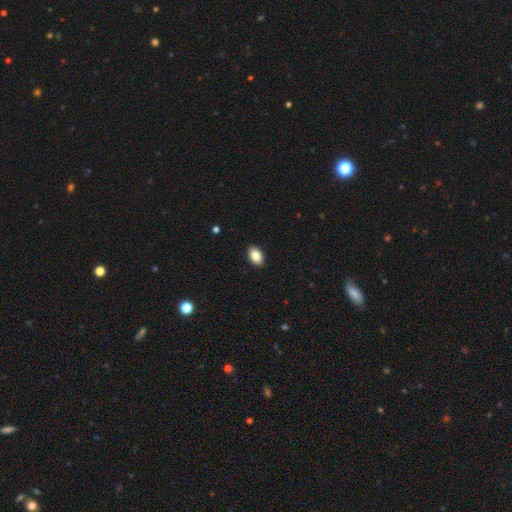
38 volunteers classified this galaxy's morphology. This appears to be a smooth galaxy with no disk features (89%) that is in between round and cigar-shaped (91%). Merging: none (91%).